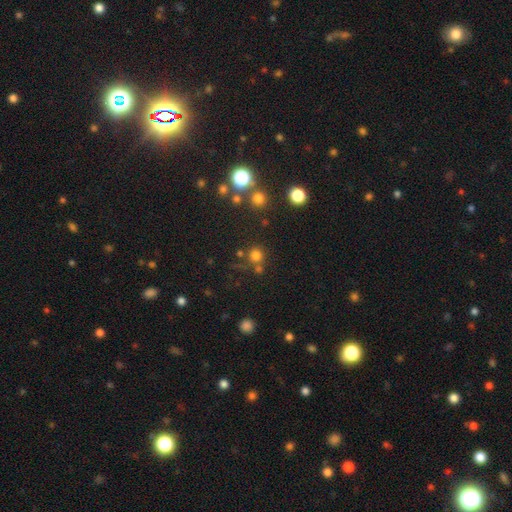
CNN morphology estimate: Smooth or featured? smooth (72%)
How rounded? round (92%)
Merging? none (72%)